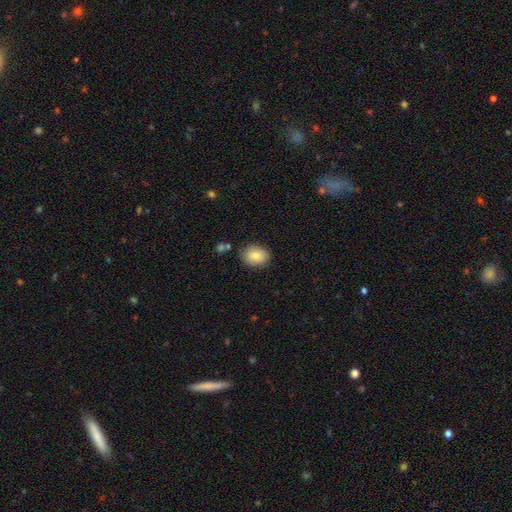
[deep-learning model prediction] The model was most divided on "how rounded": in between: 57%, round: 42%, cigar-shaped: 1%. More confident: smooth or featured — smooth (83%); merging — none (83%).